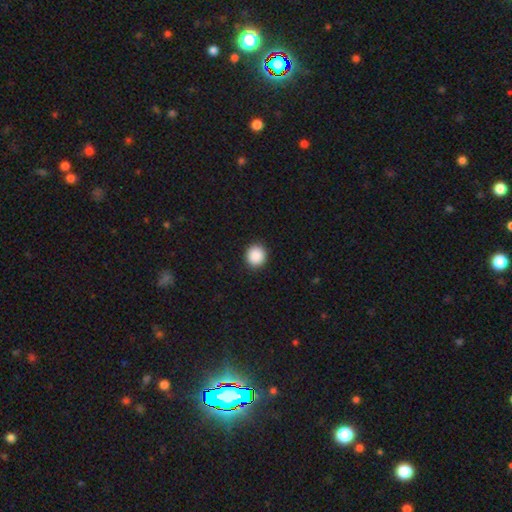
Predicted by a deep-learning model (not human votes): Overall: smooth (89%). How rounded: round (92%). Merging: none (93%).